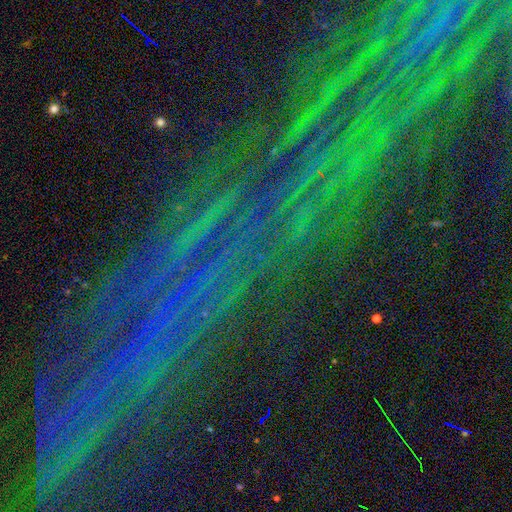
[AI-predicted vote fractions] Smooth or featured? star or artifact (82%)